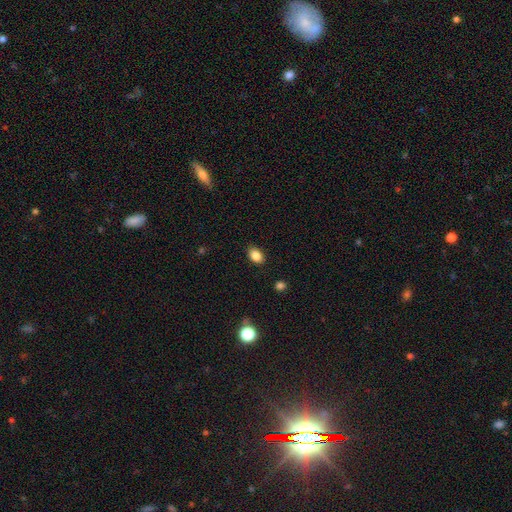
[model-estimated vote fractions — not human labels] This is clearly a smooth galaxy (86%). How rounded: likely in between (79%). Merging: clearly none (86%).